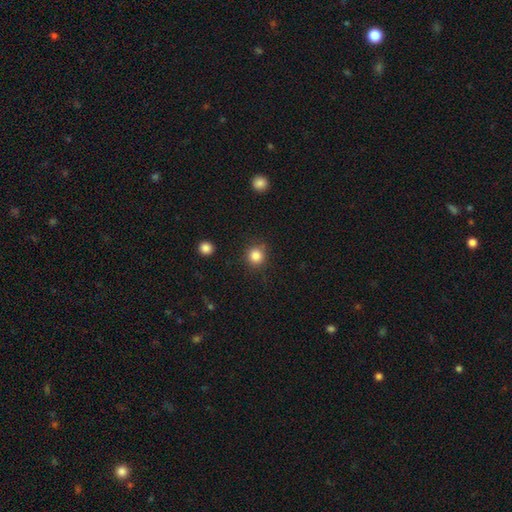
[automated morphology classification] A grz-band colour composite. It shows a smooth galaxy with no disk features (85%) that is round (92%). Merging: none (86%).